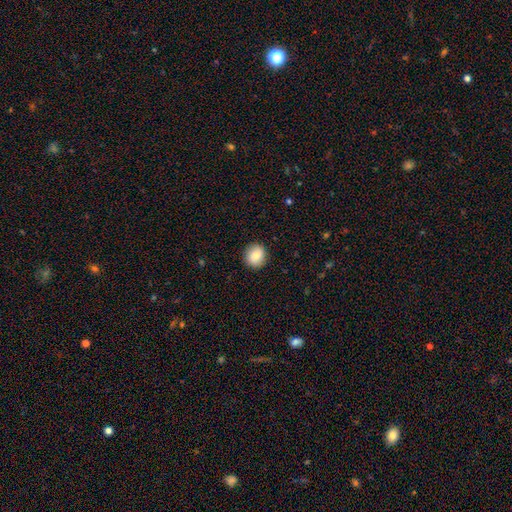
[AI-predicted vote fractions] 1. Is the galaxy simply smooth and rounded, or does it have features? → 84% smooth, 8% featured or disk, 8% star or artifact.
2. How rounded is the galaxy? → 89% round, 10% in between, 1% cigar-shaped.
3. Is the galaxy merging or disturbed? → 91% none, 7% minor disturbance, 2% major disturbance, 1% merger.